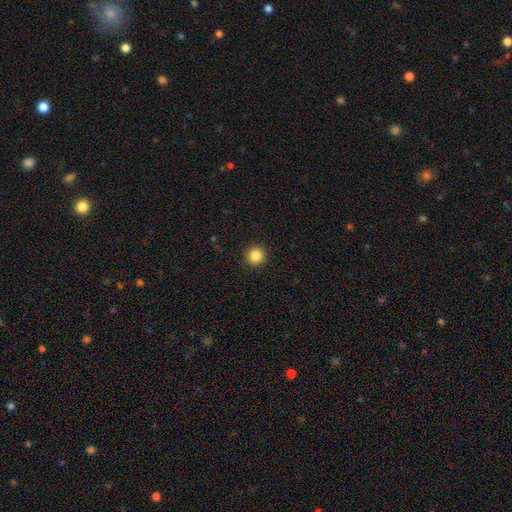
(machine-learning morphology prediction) Smooth or featured?
  - smooth: 85% *
  - star or artifact: 11%
  - featured or disk: 4%
How rounded?
  - round: 95% *
  - in between: 4%
  - cigar-shaped: 1%
Merging?
  - none: 93% *
  - minor disturbance: 4%
  - major disturbance: 2%
  - merger: 1%